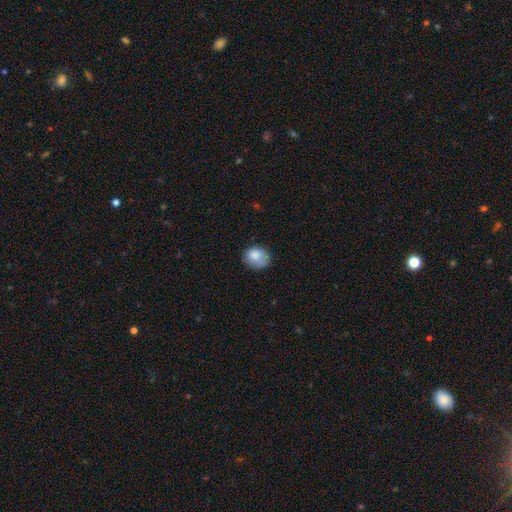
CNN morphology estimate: This appears to be a smooth galaxy with no disk features (82%) that is round (62%). Merging: none (63%).